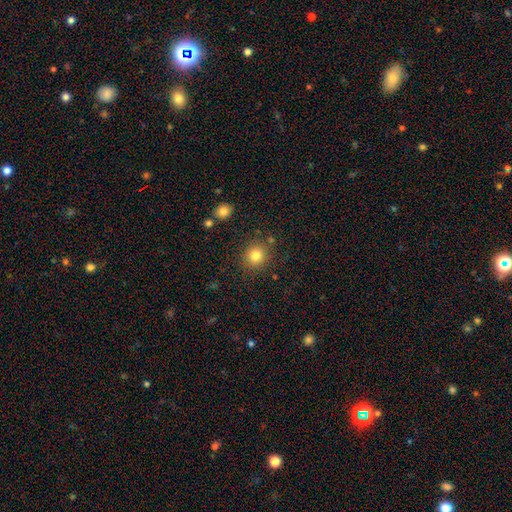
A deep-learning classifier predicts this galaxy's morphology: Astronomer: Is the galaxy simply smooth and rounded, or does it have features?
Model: smooth — 81%.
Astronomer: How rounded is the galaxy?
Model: round — 85%.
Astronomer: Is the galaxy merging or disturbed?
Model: none — 84%.